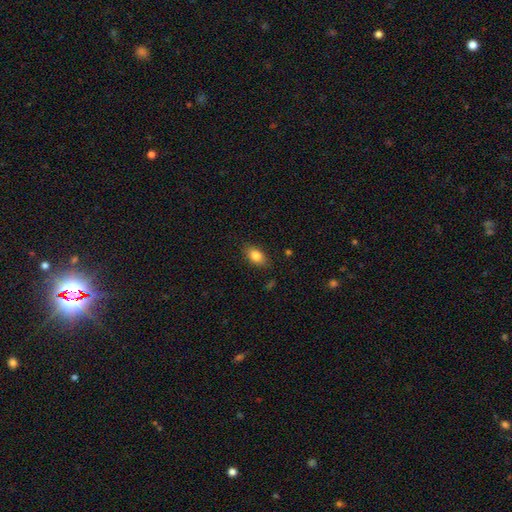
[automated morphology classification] This is clearly a smooth galaxy (82%). How rounded: clearly in between (87%). Merging: clearly none (84%).